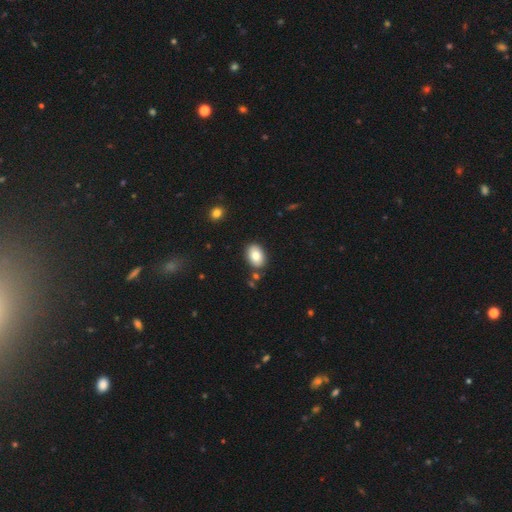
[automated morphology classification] This is clearly a smooth galaxy (84%). How rounded: clearly in between (85%). Merging: clearly none (83%).